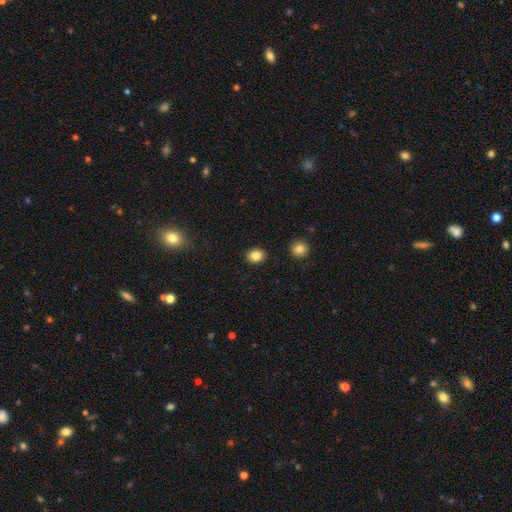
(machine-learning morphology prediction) This is clearly a smooth galaxy (84%). How rounded: possibly round (59%). Merging: clearly none (91%).